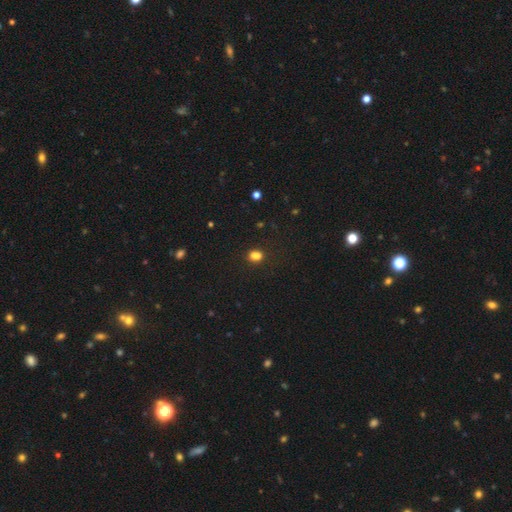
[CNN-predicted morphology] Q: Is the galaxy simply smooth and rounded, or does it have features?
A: smooth — 80%.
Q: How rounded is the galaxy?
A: in between — 60%.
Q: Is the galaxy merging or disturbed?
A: none — 73%.